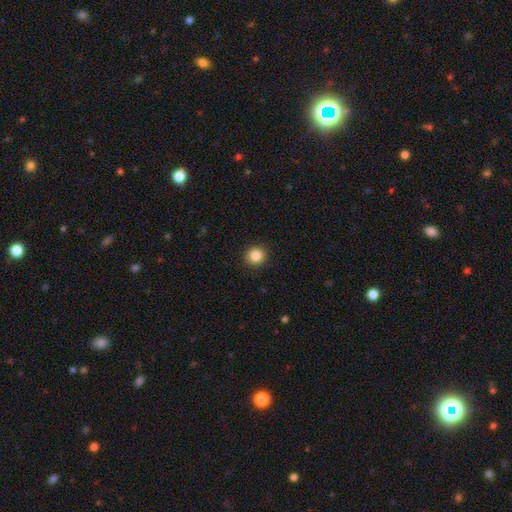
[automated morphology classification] Smooth or featured: smooth — 86% (star or artifact — 10%)
How rounded: round — 91% (in between — 8%)
Merging: none — 92% (minor disturbance — 5%)